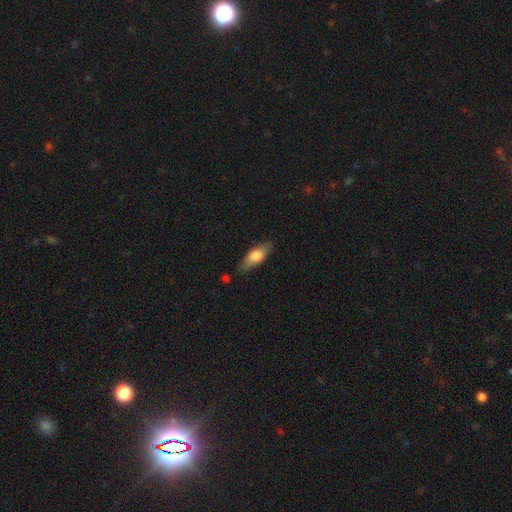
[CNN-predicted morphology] This is likely a smooth galaxy (69%). How rounded: likely in between (70%). Merging: likely none (77%).